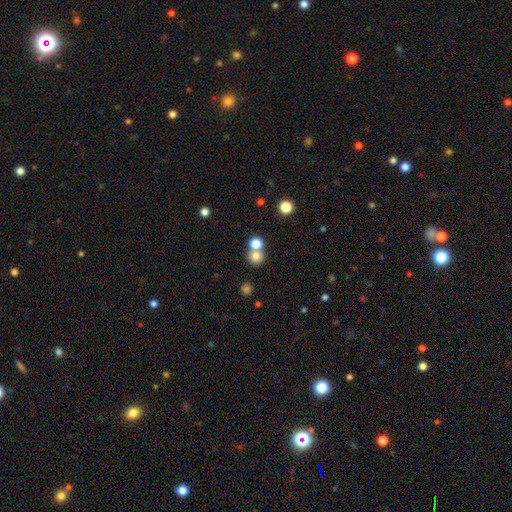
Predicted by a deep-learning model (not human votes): Q: Smooth or featured?
A: smooth (76%); runner-up: star or artifact (14%)
Q: How rounded?
A: round (87%); runner-up: in between (12%)
Q: Merging?
A: none (52%); runner-up: merger (39%)